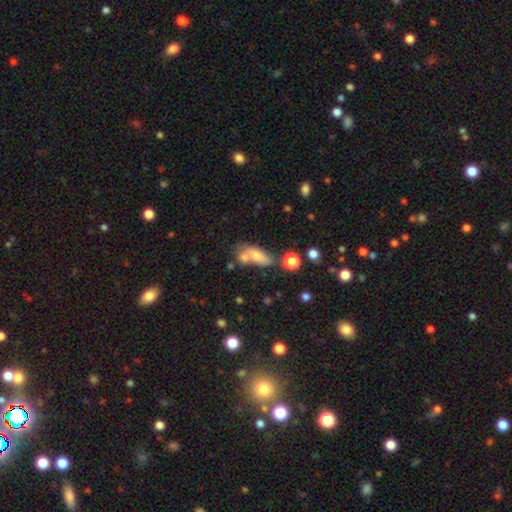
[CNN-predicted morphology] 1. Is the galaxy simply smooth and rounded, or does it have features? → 69% smooth, 21% featured or disk, 10% star or artifact.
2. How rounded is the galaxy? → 71% in between, 21% cigar-shaped, 8% round.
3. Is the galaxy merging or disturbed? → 38% merger, 37% none, 16% minor disturbance, 9% major disturbance.